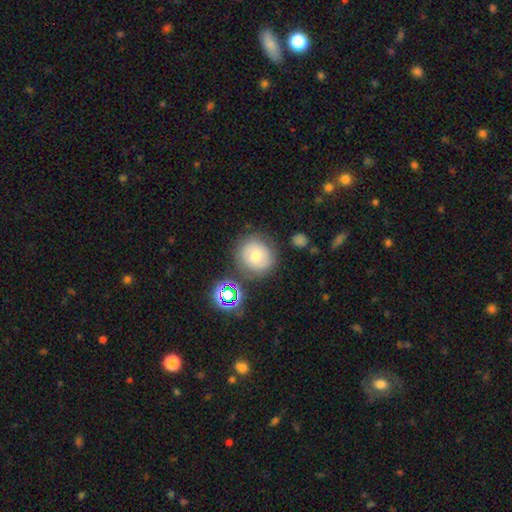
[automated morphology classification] This is likely a smooth galaxy (62%). How rounded: clearly round (89%). Merging: likely none (73%).